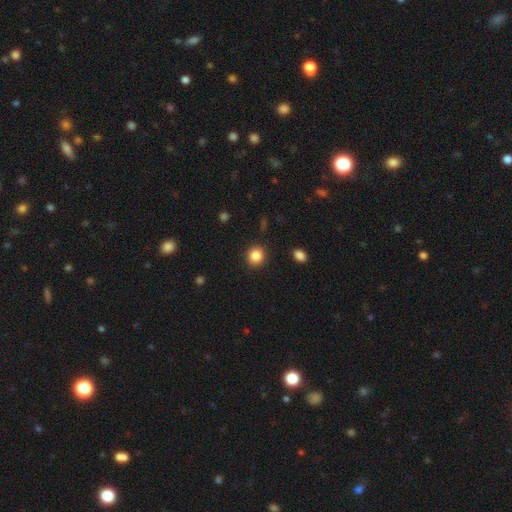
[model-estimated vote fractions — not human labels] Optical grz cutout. It shows a smooth galaxy with no disk features (85%) that is round (85%). Merging: none (90%).